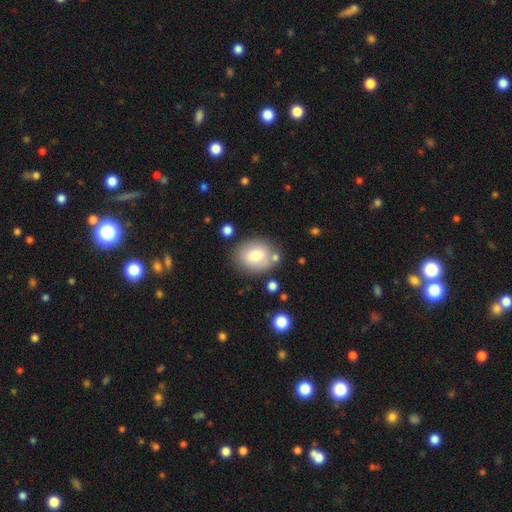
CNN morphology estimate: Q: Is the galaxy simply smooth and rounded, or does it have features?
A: smooth — 73%.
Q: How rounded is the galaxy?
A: round — 51%.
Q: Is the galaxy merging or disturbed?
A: none — 75%.